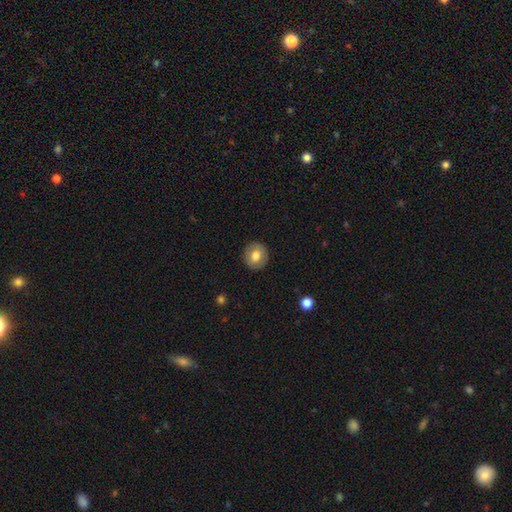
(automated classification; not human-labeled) The model was most divided on "smooth or featured": smooth: 74%, featured or disk: 18%, star or artifact: 8%. More confident: merging — none (90%); how rounded — round (85%).